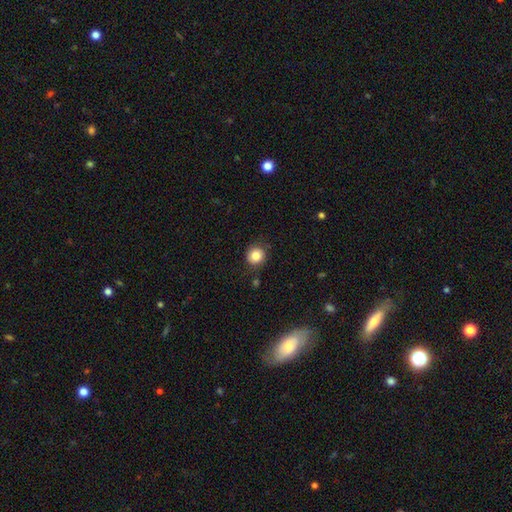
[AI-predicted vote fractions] Smooth or featured: smooth — 83% (star or artifact — 10%)
How rounded: round — 89% (in between — 10%)
Merging: none — 82% (minor disturbance — 12%)